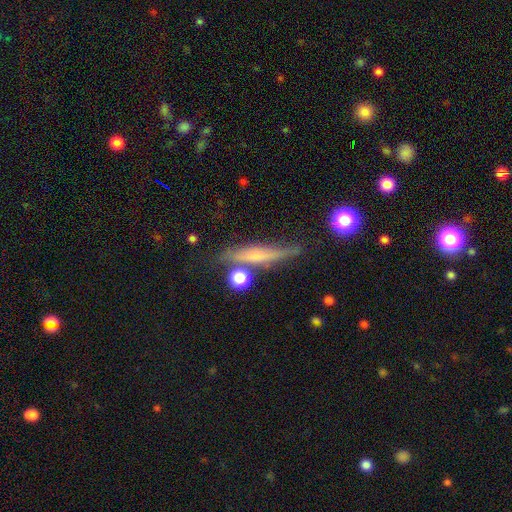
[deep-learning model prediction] This is possibly a featured or disk galaxy (50%). Merging: likely none (70%).